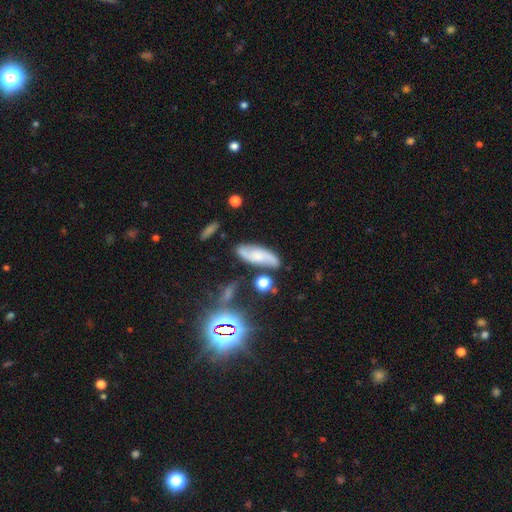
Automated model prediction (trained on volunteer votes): Overall: featured or disk (57%; smooth 33%). Edge-on disk: no (88%). Merging: none (73%).